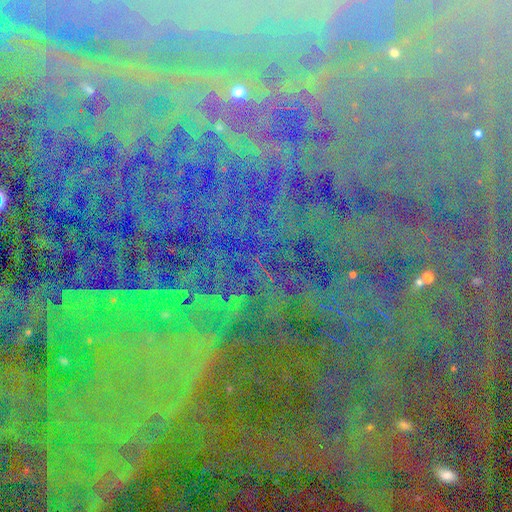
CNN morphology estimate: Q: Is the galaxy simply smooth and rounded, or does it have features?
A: star or artifact — 85%.